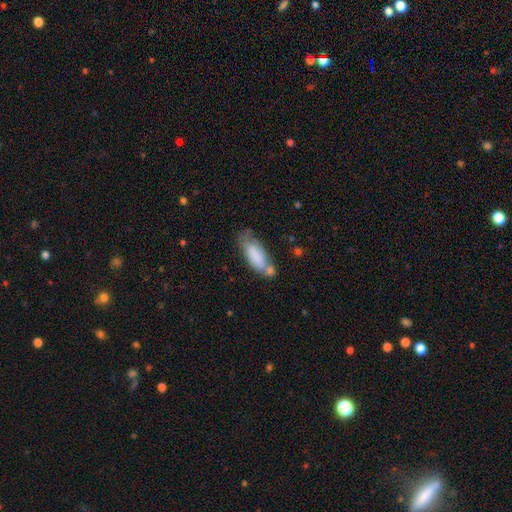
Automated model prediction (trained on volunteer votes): The model was most divided on "merging": none: 39%, minor disturbance: 28%, merger: 22%, major disturbance: 12%. More confident: smooth or featured — smooth (76%); how rounded — in between (69%).